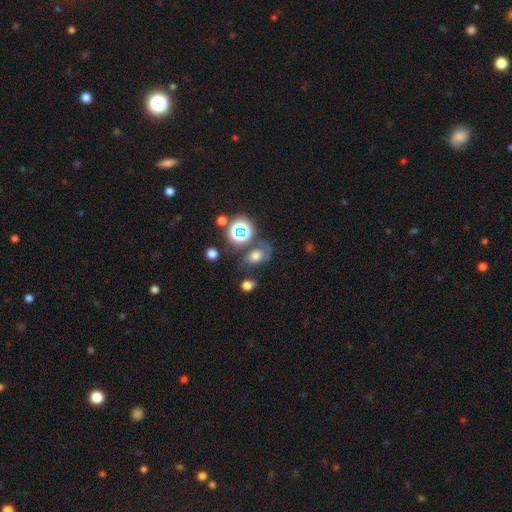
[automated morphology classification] This is possibly a smooth galaxy (57%). How rounded: likely in between (70%). Merging: possibly none (55%).